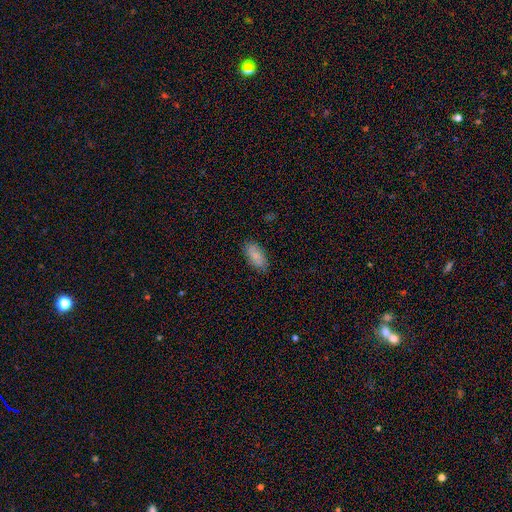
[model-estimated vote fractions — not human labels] smooth_or_featured: smooth (p=0.81) [alt: featured or disk p=0.12]
how_rounded: in between (p=0.91) [alt: cigar-shaped p=0.07]
merging: none (p=0.83) [alt: minor disturbance p=0.13]